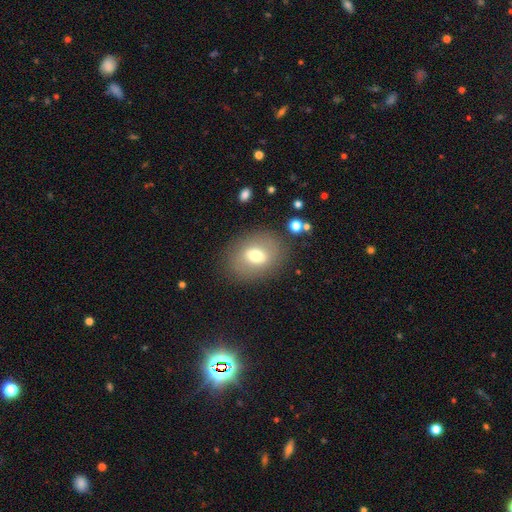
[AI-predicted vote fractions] smooth_or_featured: smooth (p=0.63) [alt: featured or disk p=0.28]
how_rounded: in between (p=0.54) [alt: round p=0.45]
merging: none (p=0.81) [alt: minor disturbance p=0.11]